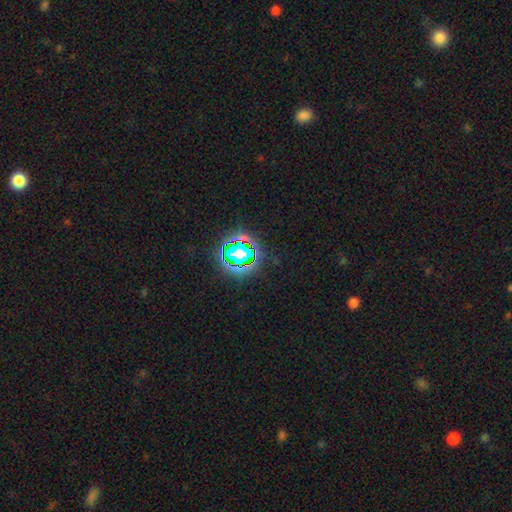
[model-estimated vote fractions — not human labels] This is likely a star or artifact rather than a galaxy (79%).